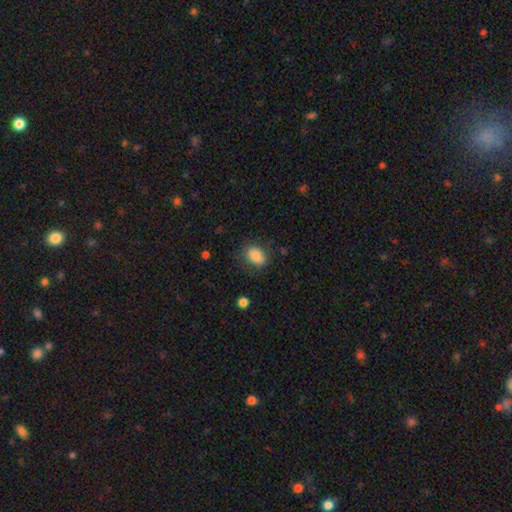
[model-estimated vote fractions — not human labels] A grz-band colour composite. It shows a smooth galaxy with no disk features (84%) that is in between round and cigar-shaped (79%). Merging: none (73%).